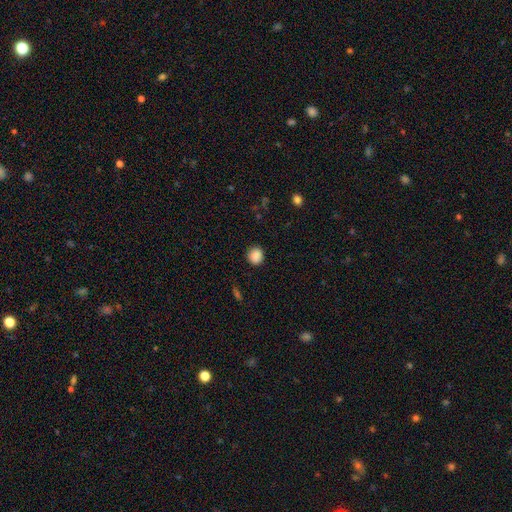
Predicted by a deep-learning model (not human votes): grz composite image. It shows a smooth galaxy with no disk features (88%) that is round (80%). Merging: none (89%).